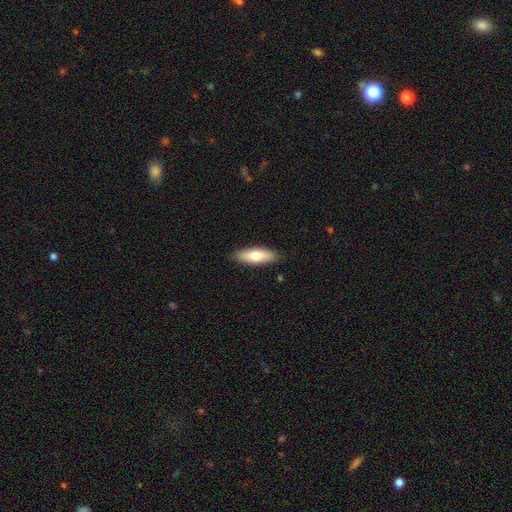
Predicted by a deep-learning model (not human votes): Q: Smooth or featured?
A: smooth (69%); runner-up: featured or disk (26%)
Q: How rounded?
A: in between (56%); runner-up: cigar-shaped (41%)
Q: Merging?
A: none (89%); runner-up: minor disturbance (9%)